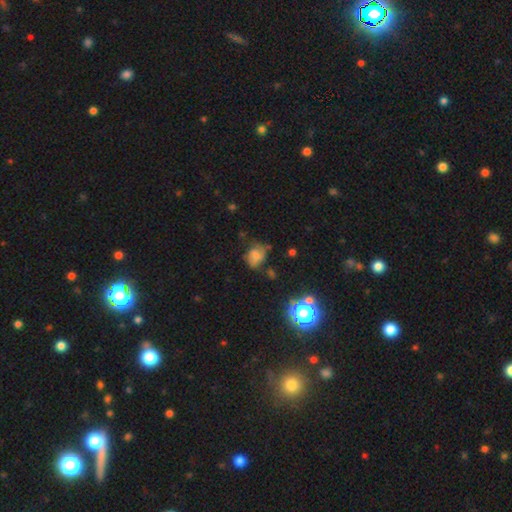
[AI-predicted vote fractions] smooth 64%, featured or disk 19%, star or artifact 17%. Down the decision tree: how rounded — in between (57%); merging — none (42%).